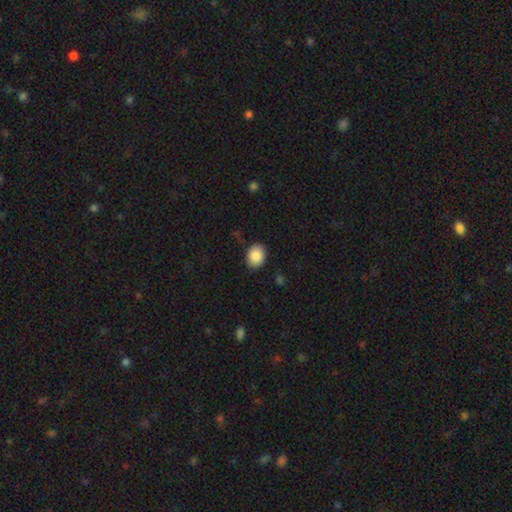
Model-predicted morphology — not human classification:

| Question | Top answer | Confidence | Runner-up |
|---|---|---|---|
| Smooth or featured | smooth | 89% | star or artifact (7%) |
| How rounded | in between | 64% | round (35%) |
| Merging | none | 86% | minor disturbance (11%) |